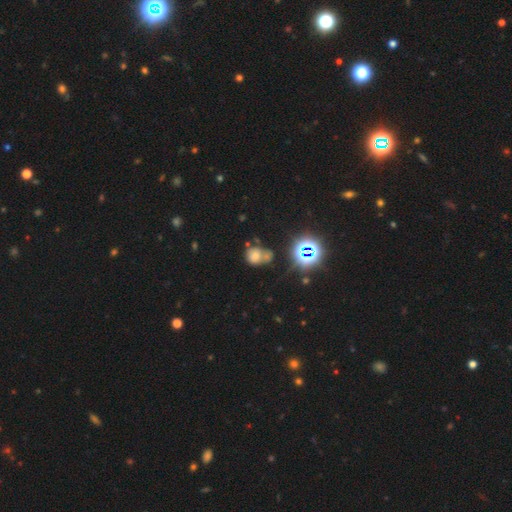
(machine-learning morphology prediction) smooth 58%, star or artifact 26%, featured or disk 17%. Down the decision tree: how rounded — round (60%); merging — merger (37%).